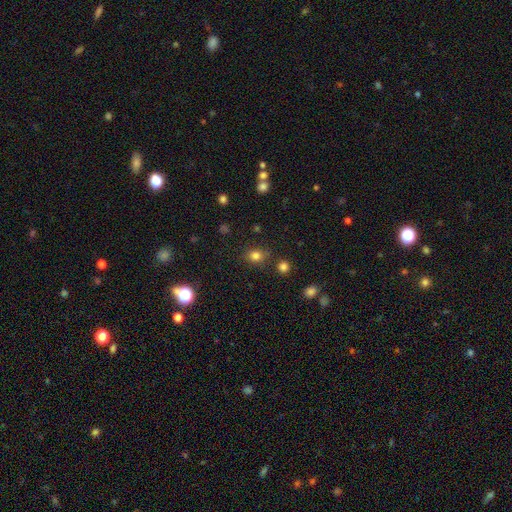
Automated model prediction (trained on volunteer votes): Overall: smooth (80%). How rounded: round (68%; in between 31%). Merging: none (78%).